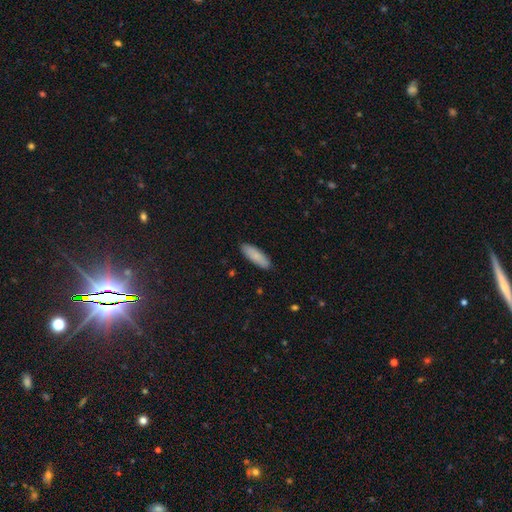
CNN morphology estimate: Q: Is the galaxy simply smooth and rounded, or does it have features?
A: smooth — 84%.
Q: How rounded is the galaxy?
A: in between — 55%.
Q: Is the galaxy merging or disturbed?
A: none — 89%.